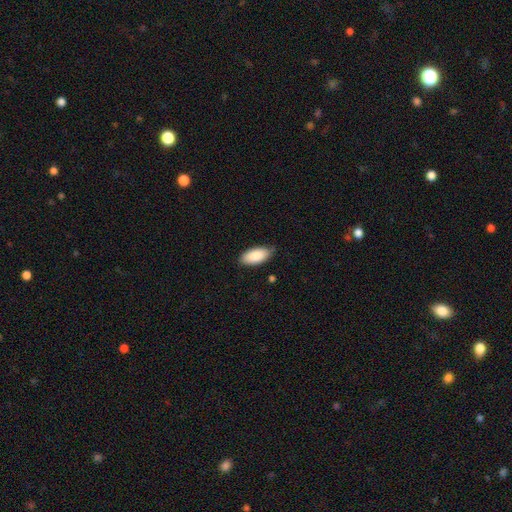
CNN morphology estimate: This appears to be a smooth galaxy with no disk features (88%) that is in between round and cigar-shaped (93%). Merging: none (77%).